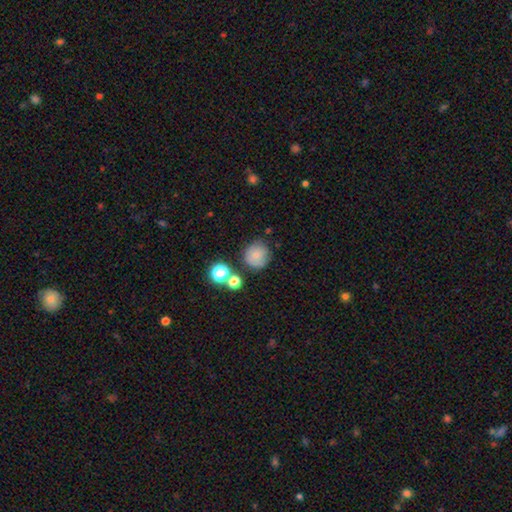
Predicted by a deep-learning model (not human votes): This is likely a smooth galaxy (76%). How rounded: clearly round (92%). Merging: likely none (71%).